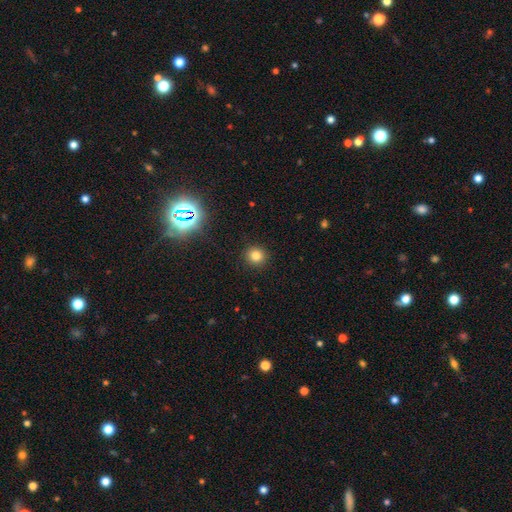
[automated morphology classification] Smooth or featured? smooth (80%)
How rounded? round (90%)
Merging? none (91%)